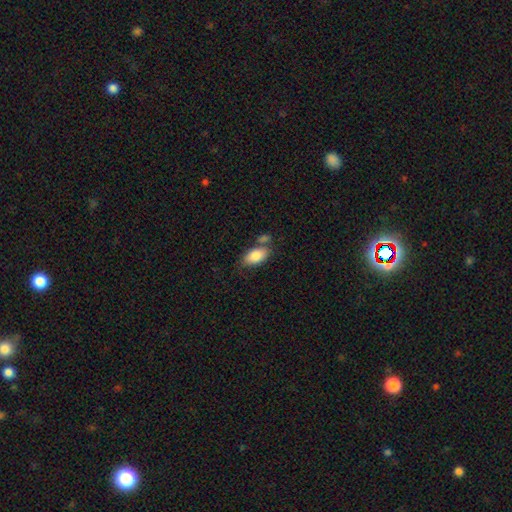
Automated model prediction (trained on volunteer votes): Morphology: type=smooth (84%); roundness=in between (93%); merging=none (56%).